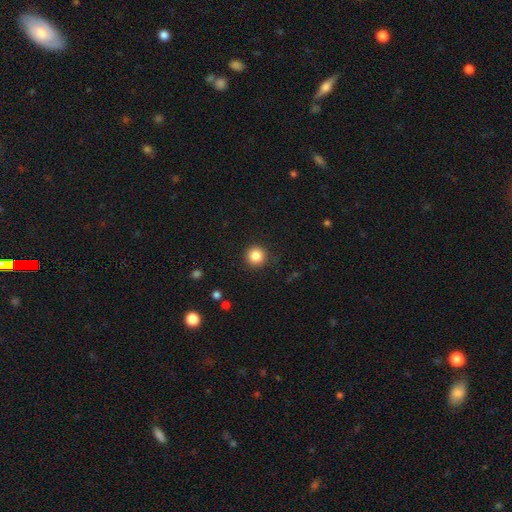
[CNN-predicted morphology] Smooth or featured?
  - smooth: 85% *
  - star or artifact: 10%
  - featured or disk: 5%
How rounded?
  - round: 95% *
  - in between: 4%
  - cigar-shaped: 1%
Merging?
  - none: 91% *
  - minor disturbance: 6%
  - major disturbance: 2%
  - merger: 1%